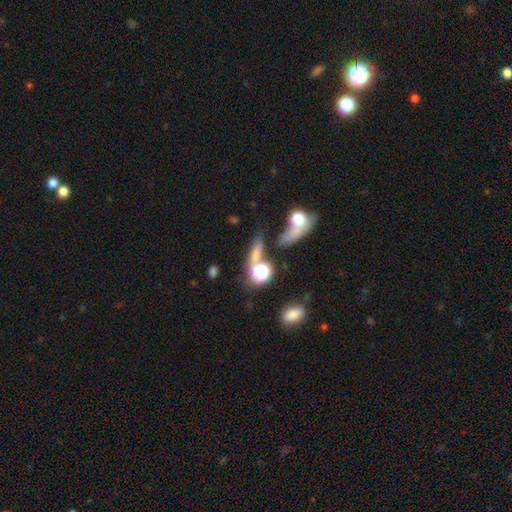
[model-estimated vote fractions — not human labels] Q: Smooth or featured?
A: smooth (55%); runner-up: star or artifact (24%)
Q: How rounded?
A: cigar-shaped (38%); runner-up: round (32%)
Q: Merging?
A: none (50%); runner-up: merger (26%)